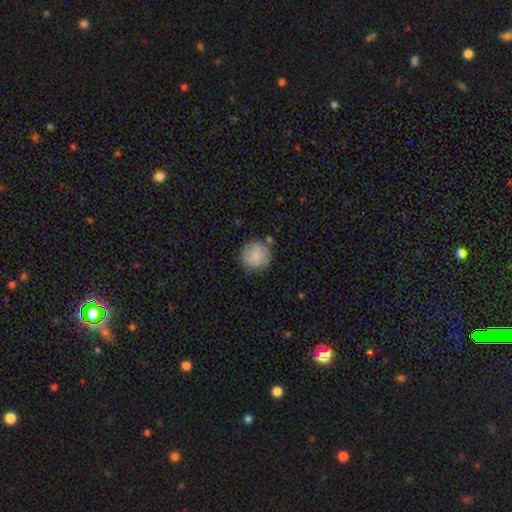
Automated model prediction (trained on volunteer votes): Smooth or featured? smooth (79%)
How rounded? round (93%)
Merging? none (76%)